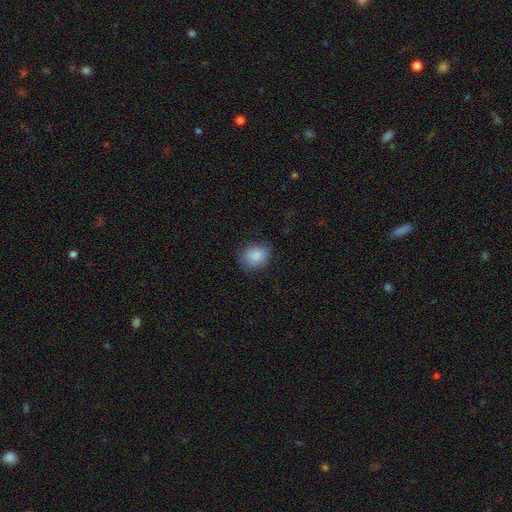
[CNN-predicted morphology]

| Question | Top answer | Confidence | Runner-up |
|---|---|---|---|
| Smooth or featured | smooth | 86% | star or artifact (8%) |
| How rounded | round | 54% | in between (45%) |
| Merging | none | 75% | minor disturbance (19%) |